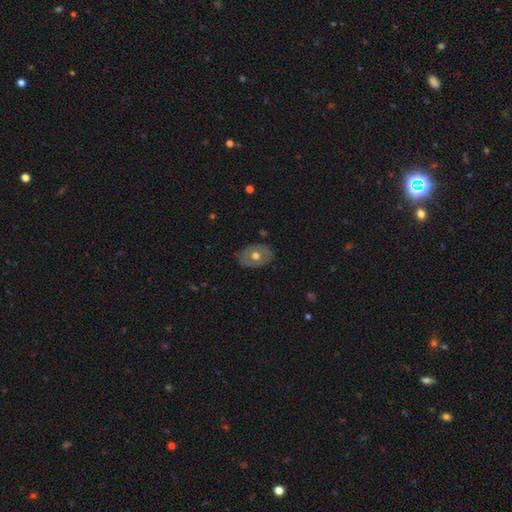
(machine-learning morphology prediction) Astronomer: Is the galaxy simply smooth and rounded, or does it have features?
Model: smooth — 47%, tied with featured or disk at 47%.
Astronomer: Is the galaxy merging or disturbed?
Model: none — 82%.